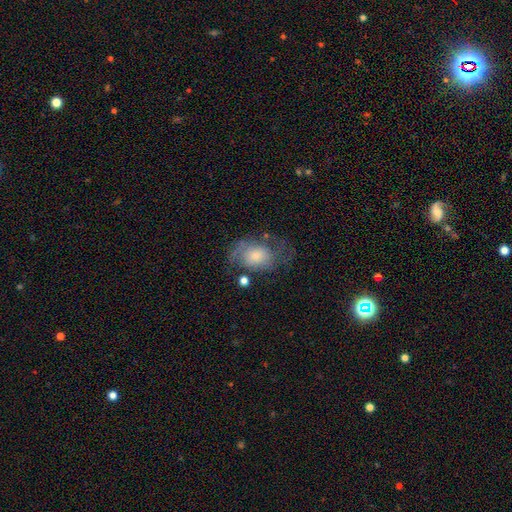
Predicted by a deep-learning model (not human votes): A smooth galaxy with no disk features (47%).

Vote fractions:
- Smooth or featured? smooth: 47% / featured or disk: 45% / star or artifact: 8%
- Merging? none: 41% / major disturbance: 28% / minor disturbance: 26% / merger: 5%